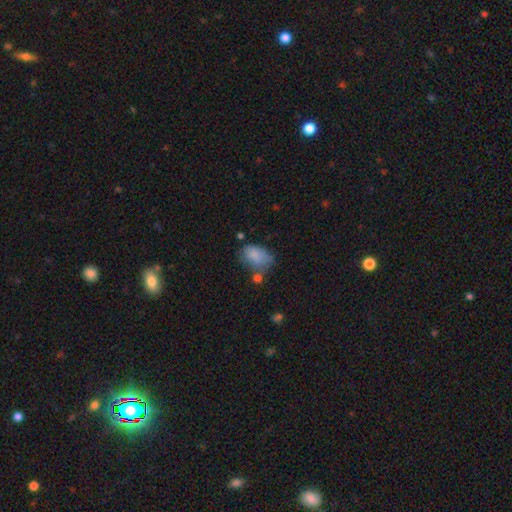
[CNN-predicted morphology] smooth 80%, featured or disk 11%, star or artifact 9%. Down the decision tree: how rounded — in between (85%); merging — none (41%).